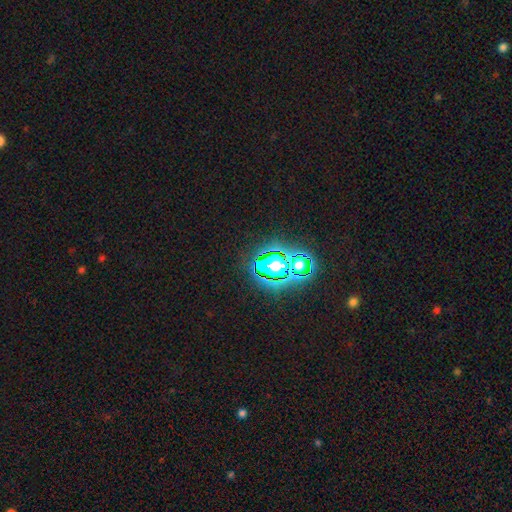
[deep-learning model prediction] Smooth or featured?
  - star or artifact: 80% *
  - smooth: 13%
  - featured or disk: 7%